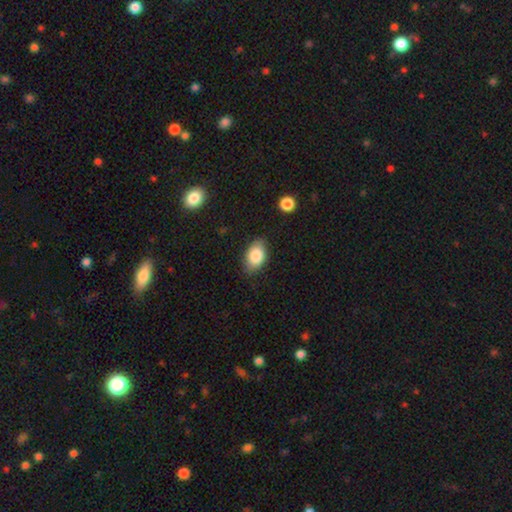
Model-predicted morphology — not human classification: Smooth or featured?
  - smooth: 85% *
  - featured or disk: 8%
  - star or artifact: 7%
How rounded?
  - in between: 89% *
  - round: 10%
  - cigar-shaped: 2%
Merging?
  - none: 77% *
  - minor disturbance: 18%
  - major disturbance: 3%
  - merger: 2%